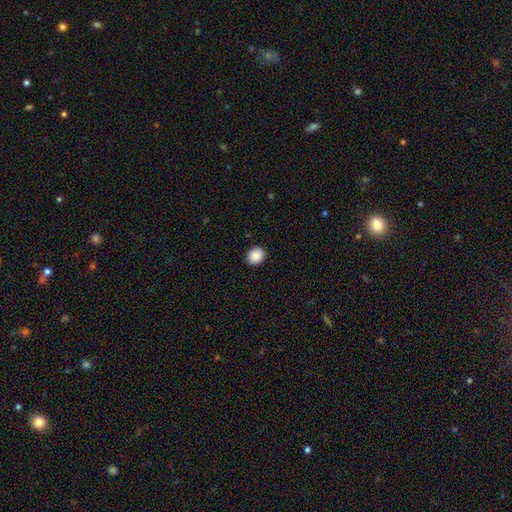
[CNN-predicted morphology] smooth_or_featured: smooth (p=0.89) [alt: star or artifact p=0.08]
how_rounded: round (p=0.70) [alt: in between p=0.29]
merging: none (p=0.92) [alt: minor disturbance p=0.06]